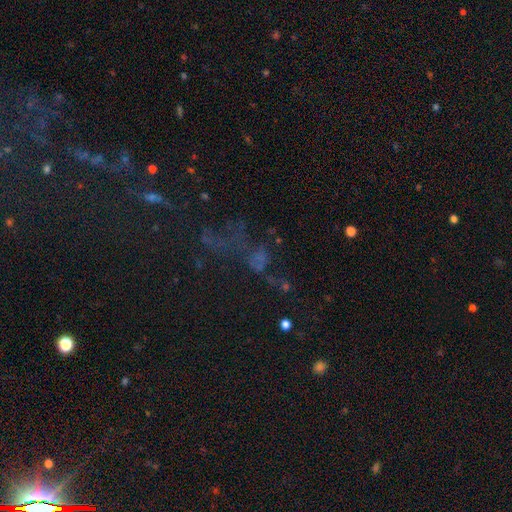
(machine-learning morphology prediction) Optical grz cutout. It shows a star or artifact, not a galaxy (52%).